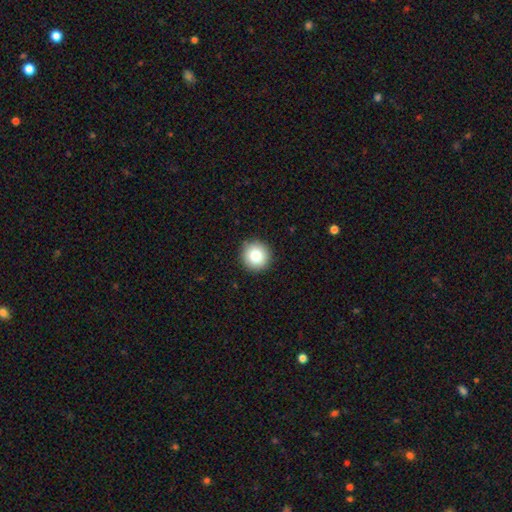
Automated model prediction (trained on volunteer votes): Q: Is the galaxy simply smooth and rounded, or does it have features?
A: smooth — 80%.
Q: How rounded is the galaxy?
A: round — 95%.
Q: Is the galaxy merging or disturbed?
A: none — 92%.